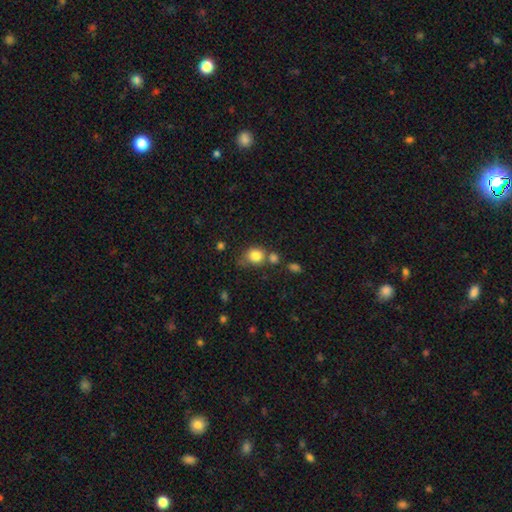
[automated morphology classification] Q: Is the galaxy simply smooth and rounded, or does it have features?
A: smooth — 82%.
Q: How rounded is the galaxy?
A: round — 72%.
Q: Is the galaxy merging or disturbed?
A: none — 52%.